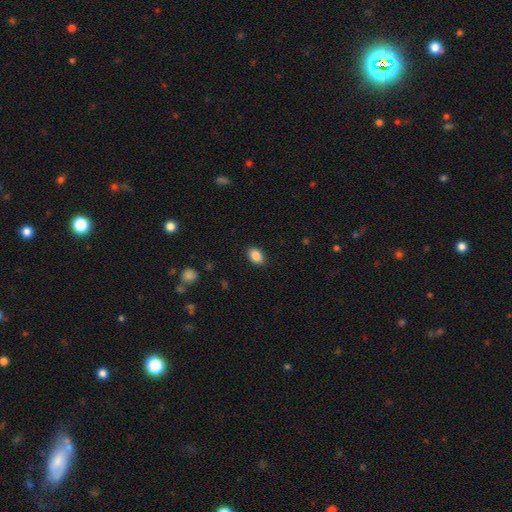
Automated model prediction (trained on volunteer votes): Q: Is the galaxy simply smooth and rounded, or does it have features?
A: smooth — 88%.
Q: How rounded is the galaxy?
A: in between — 85%.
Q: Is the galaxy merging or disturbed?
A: none — 86%.